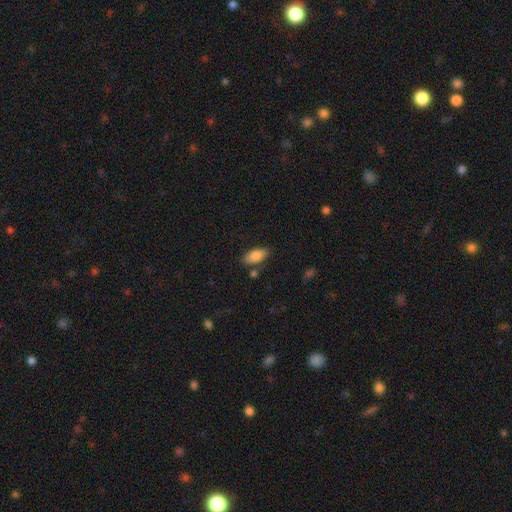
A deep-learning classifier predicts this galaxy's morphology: This appears to be a smooth galaxy with no disk features (84%) that is in between round and cigar-shaped (89%). Merging: none (80%).